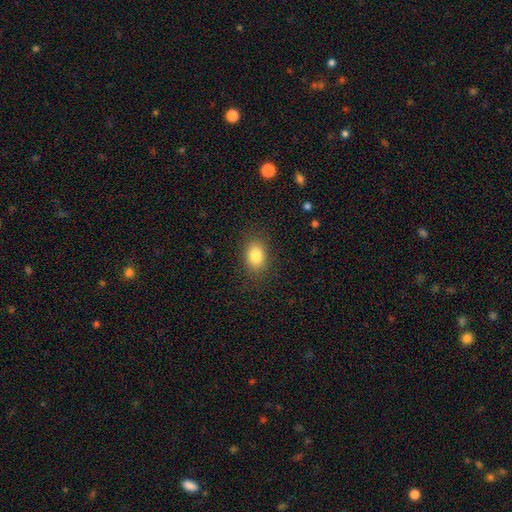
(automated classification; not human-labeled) Smooth or featured? smooth (83%)
How rounded? in between (74%)
Merging? none (86%)